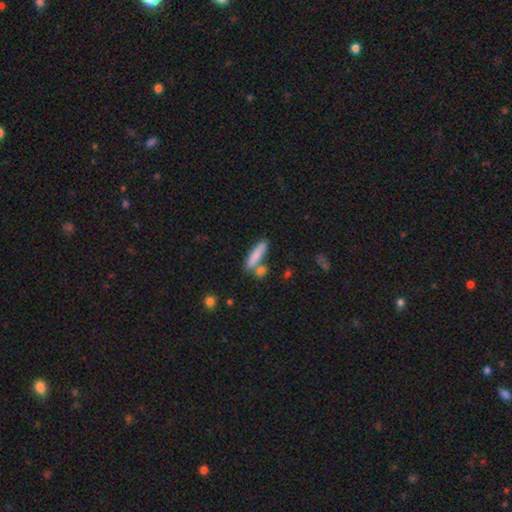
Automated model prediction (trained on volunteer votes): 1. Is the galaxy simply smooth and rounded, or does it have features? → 81% smooth, 12% featured or disk, 7% star or artifact.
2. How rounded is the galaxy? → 75% cigar-shaped, 23% in between, 2% round.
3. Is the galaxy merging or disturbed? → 64% none, 20% merger, 12% minor disturbance, 4% major disturbance.